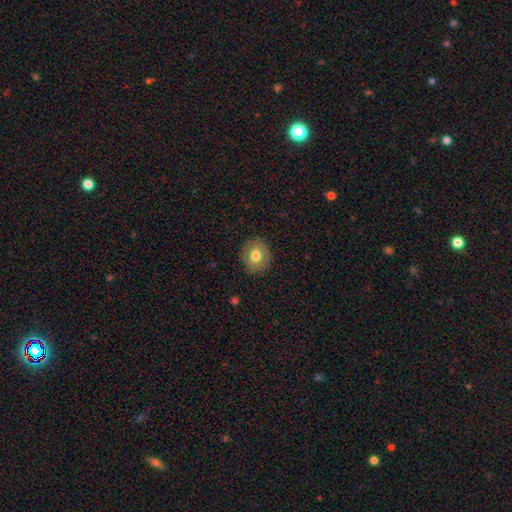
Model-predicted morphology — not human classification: smooth_or_featured: smooth (p=0.73) [alt: featured or disk p=0.19]
how_rounded: round (p=0.75) [alt: in between p=0.24]
merging: none (p=0.88) [alt: minor disturbance p=0.09]